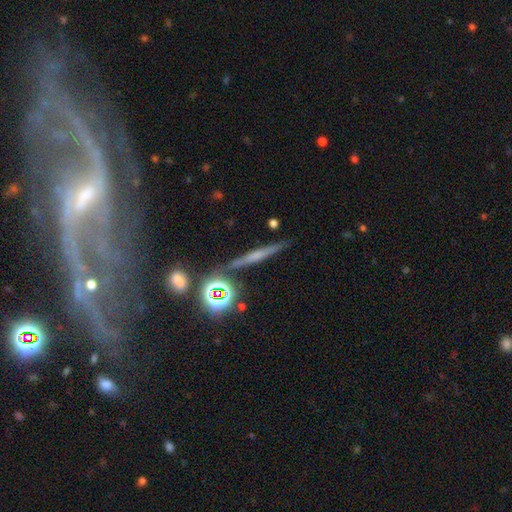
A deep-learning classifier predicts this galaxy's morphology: Smooth or featured: featured or disk — 45% (smooth — 33%)
Merging: none — 83% (minor disturbance — 10%)